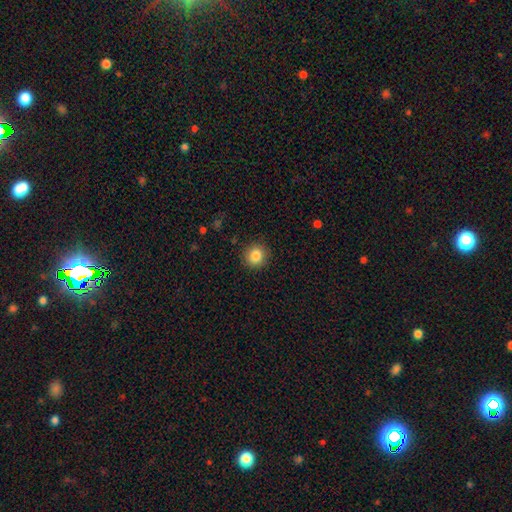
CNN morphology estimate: Smooth or featured? Predicted: smooth (p=0.84). How rounded? Predicted: round (p=0.90). Merging? Predicted: none (p=0.91).